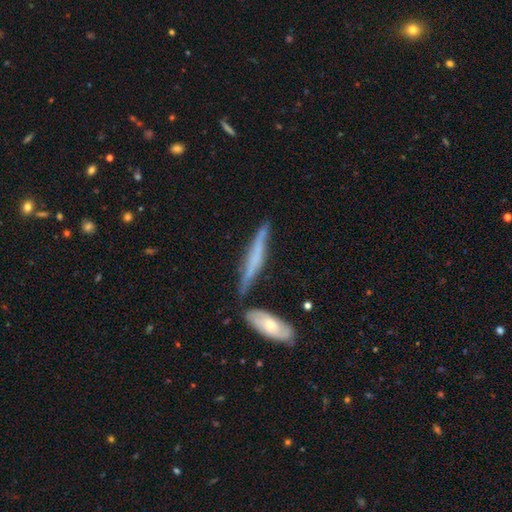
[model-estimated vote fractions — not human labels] Morphology: type=featured or disk (52%); edge-on=yes (90%); merging=none (76%).